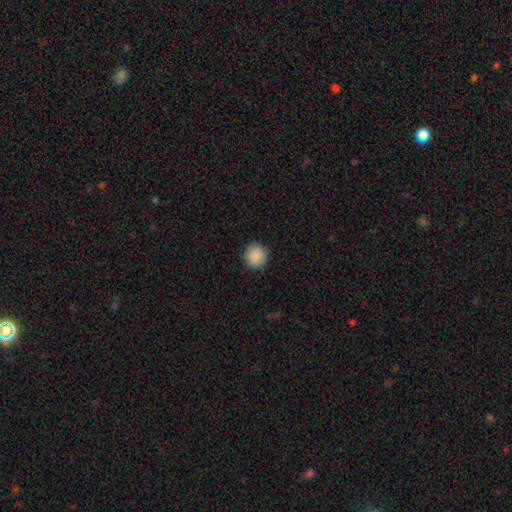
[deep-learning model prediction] This is clearly a smooth galaxy (89%). How rounded: clearly round (94%). Merging: clearly none (91%).